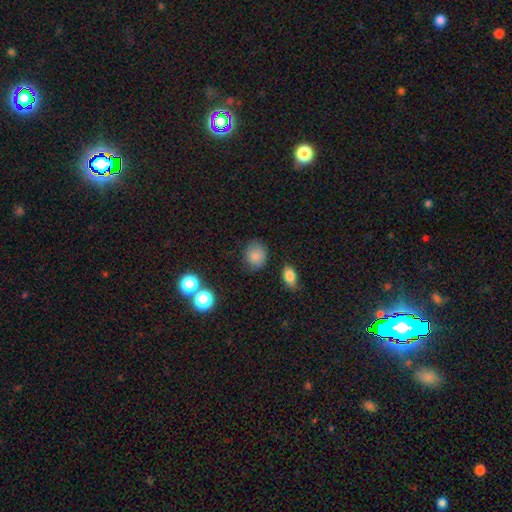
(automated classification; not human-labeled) Smooth or featured?
  - smooth: 84% *
  - star or artifact: 10%
  - featured or disk: 6%
How rounded?
  - round: 70% *
  - in between: 29%
  - cigar-shaped: 1%
Merging?
  - none: 78% *
  - minor disturbance: 15%
  - major disturbance: 4%
  - merger: 3%